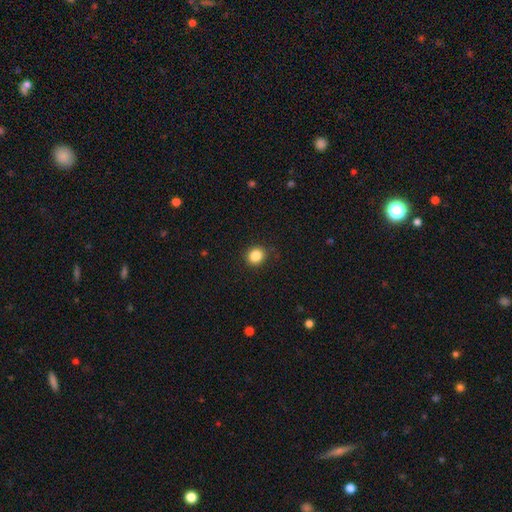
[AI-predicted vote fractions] Q: Smooth or featured?
A: smooth (86%); runner-up: star or artifact (10%)
Q: How rounded?
A: round (85%); runner-up: in between (14%)
Q: Merging?
A: none (88%); runner-up: minor disturbance (8%)